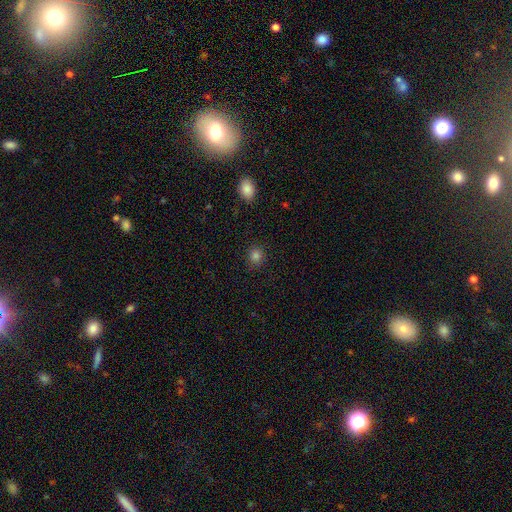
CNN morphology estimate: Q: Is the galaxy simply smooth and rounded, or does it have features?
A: smooth — 82%.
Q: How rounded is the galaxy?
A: round — 82%.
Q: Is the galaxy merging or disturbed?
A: none — 88%.